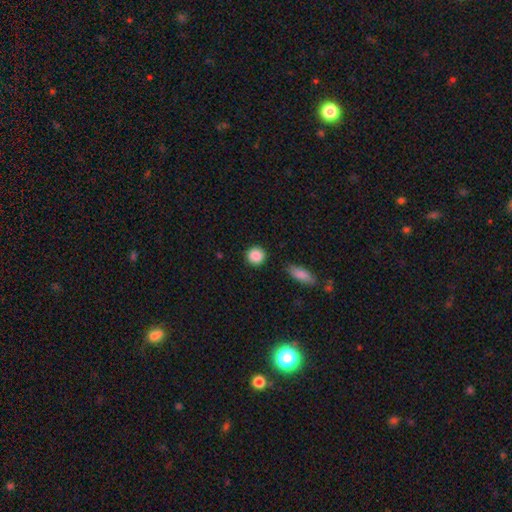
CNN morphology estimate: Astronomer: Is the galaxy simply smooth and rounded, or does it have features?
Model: smooth — 89%.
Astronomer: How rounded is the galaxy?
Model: round — 91%.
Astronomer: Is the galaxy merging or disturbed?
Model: none — 88%.